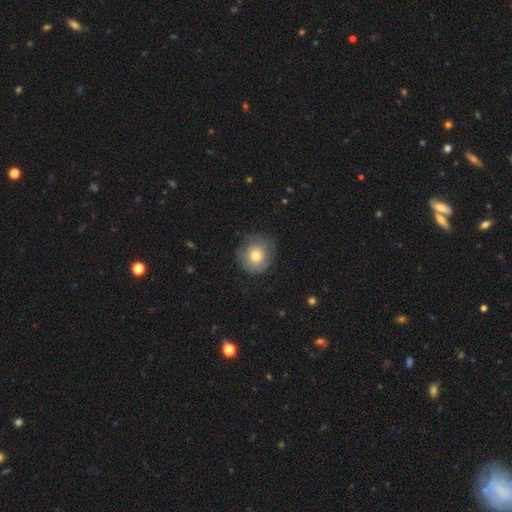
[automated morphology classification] A smooth galaxy with no disk features (58%) that is round (85%).

Vote fractions:
- Smooth or featured? smooth: 58% / featured or disk: 34% / star or artifact: 8%
- How rounded? round: 85% / in between: 14% / cigar-shaped: 1%
- Merging? none: 64% / minor disturbance: 24% / major disturbance: 11% / merger: 1%